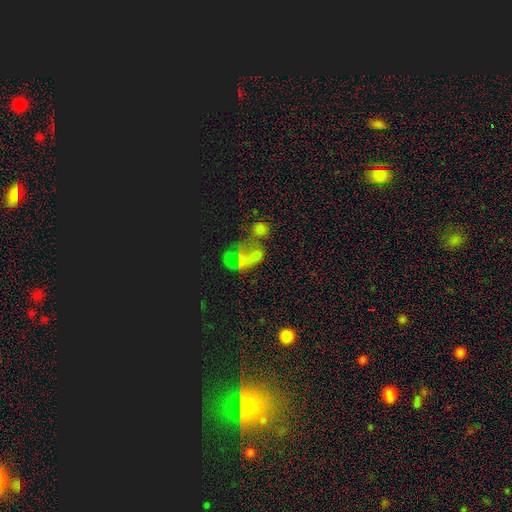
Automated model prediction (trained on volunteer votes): This is marginally a smooth galaxy (42%). Merging: marginally merger (43%).